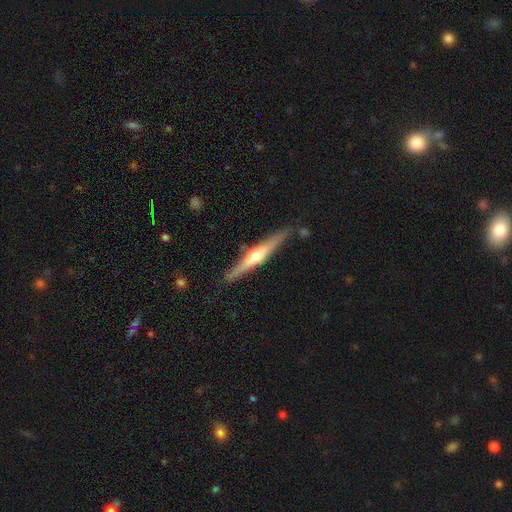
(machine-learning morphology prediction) The model was most divided on "smooth or featured": featured or disk: 69%, smooth: 25%, star or artifact: 5%. More confident: edge-on disk — yes (96%); edge-on bulge — rounded (90%); merging — none (85%).